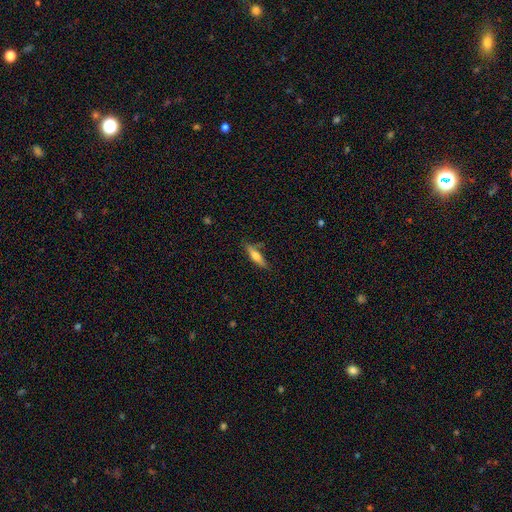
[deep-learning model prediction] Smooth or featured?
  - smooth: 52% *
  - featured or disk: 41%
  - star or artifact: 6%
How rounded?
  - cigar-shaped: 74% *
  - in between: 24%
  - round: 2%
Merging?
  - none: 77% *
  - minor disturbance: 17%
  - major disturbance: 4%
  - merger: 3%